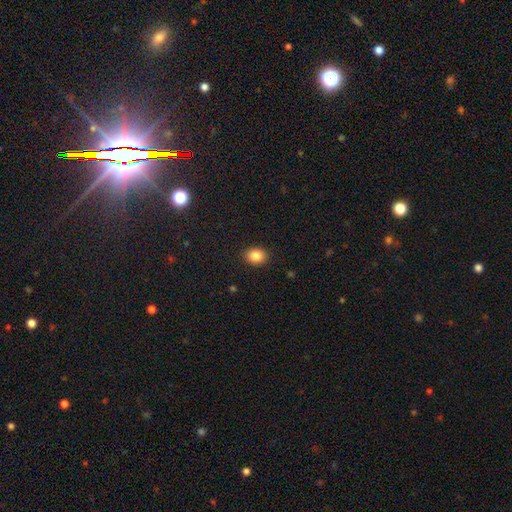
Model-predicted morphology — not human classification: This appears to be a smooth galaxy with no disk features (86%) that is in between round and cigar-shaped (56%). Merging: none (90%).